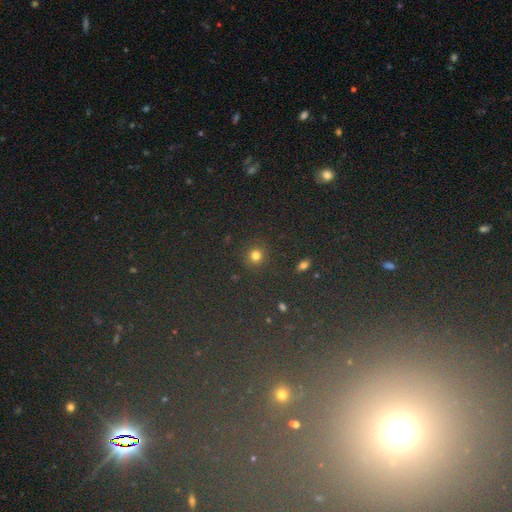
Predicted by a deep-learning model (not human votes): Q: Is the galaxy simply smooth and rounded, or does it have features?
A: smooth — 76%.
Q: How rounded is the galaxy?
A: round — 91%.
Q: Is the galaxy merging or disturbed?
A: none — 88%.